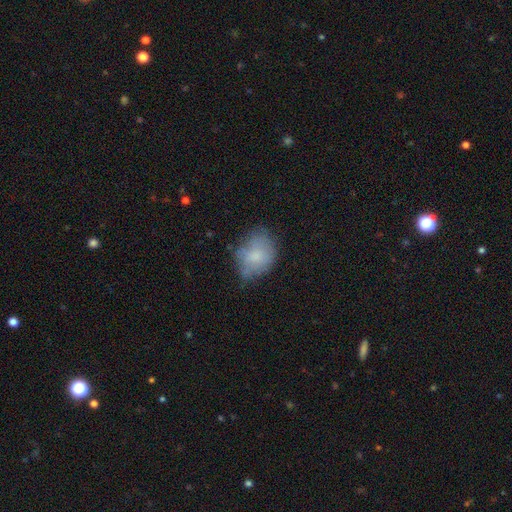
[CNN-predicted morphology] Smooth or featured? Predicted: smooth (p=0.73). How rounded? Predicted: in between (p=0.60). Merging? Predicted: none (p=0.48).